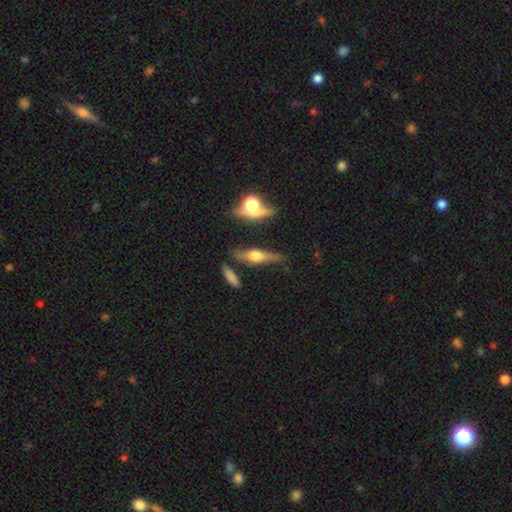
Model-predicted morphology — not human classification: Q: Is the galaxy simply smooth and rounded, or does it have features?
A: featured or disk — 66%.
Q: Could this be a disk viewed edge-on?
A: yes — 94%.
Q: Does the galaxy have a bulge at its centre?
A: rounded — 92%.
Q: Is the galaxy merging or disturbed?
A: none — 78%.